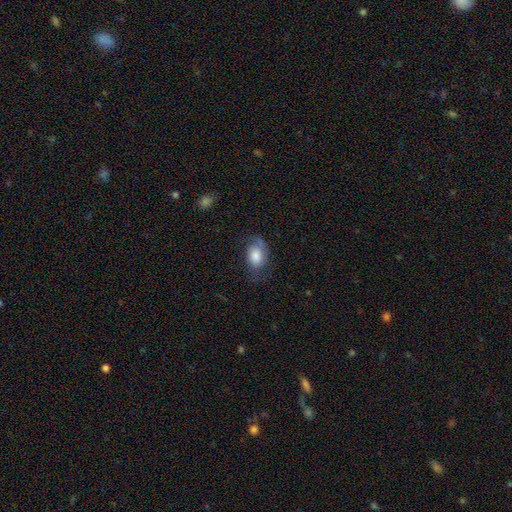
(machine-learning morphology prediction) smooth 68%, featured or disk 24%, star or artifact 8%. Down the decision tree: how rounded — in between (78%); merging — none (55%).